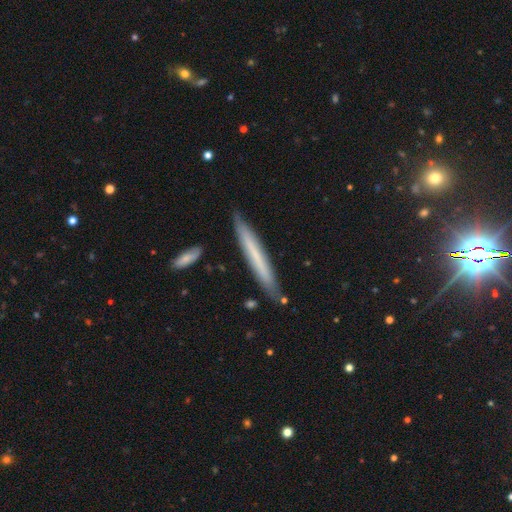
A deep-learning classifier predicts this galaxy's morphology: A smooth galaxy with no disk features (56%) that is cigar-shaped (96%). Merging: none (85%).